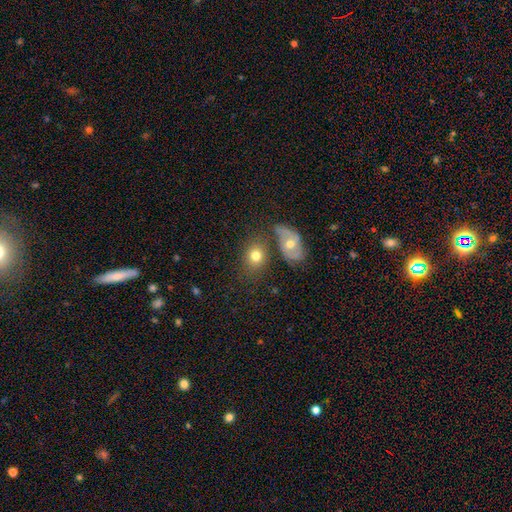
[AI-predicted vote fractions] Overall: smooth (71%). How rounded: in between (55%; round 44%). Merging: none (57%; merger 22%).